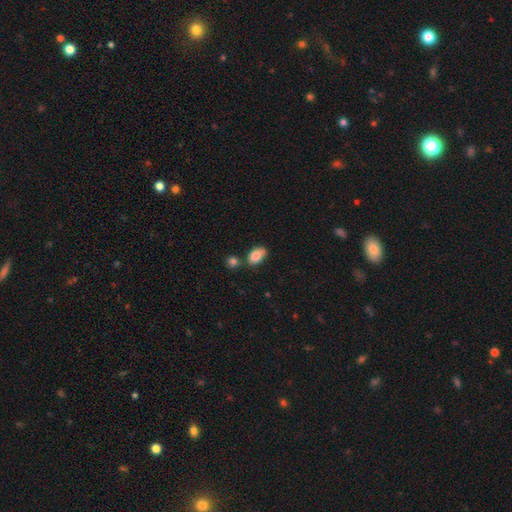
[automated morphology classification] A smooth galaxy with no disk features (83%) that is in between round and cigar-shaped (86%).

Vote fractions:
- Smooth or featured? smooth: 83% / featured or disk: 9% / star or artifact: 8%
- How rounded? in between: 86% / round: 12% / cigar-shaped: 2%
- Merging? none: 52% / minor disturbance: 23% / merger: 19% / major disturbance: 6%